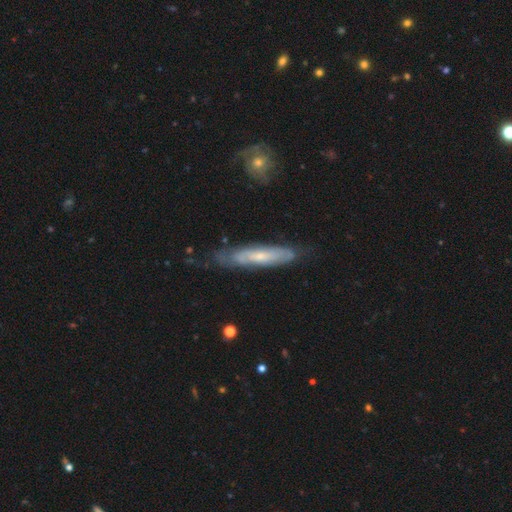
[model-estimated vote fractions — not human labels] A featured or disk galaxy (64%) viewed edge-on (54%).

Vote fractions:
- Smooth or featured? featured or disk: 64% / smooth: 27% / star or artifact: 8%
- Edge-on disk? yes: 54% / no: 46%
- Merging? none: 71% / minor disturbance: 21% / major disturbance: 6% / merger: 2%